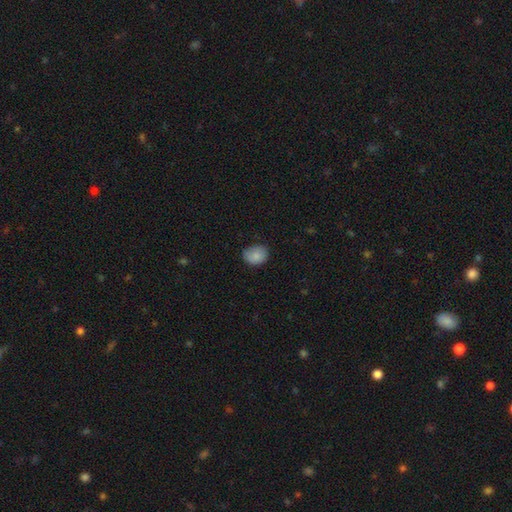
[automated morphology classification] Smooth or featured? smooth (86%)
How rounded? in between (53%)
Merging? none (73%)